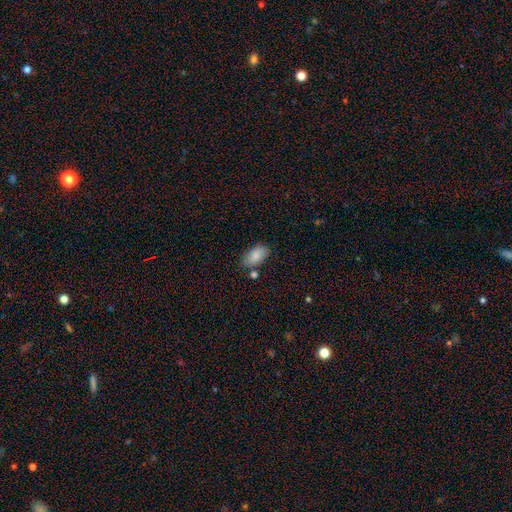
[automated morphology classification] smooth 87%, featured or disk 7%, star or artifact 7%. Down the decision tree: how rounded — in between (93%); merging — none (70%).